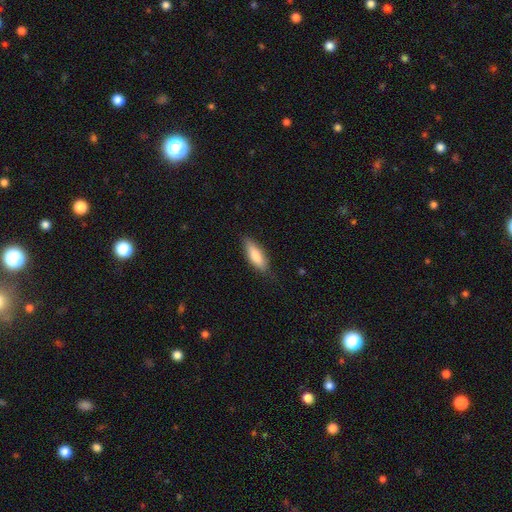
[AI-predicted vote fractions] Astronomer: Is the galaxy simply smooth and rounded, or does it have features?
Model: smooth — 79%.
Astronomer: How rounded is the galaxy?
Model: in between — 61% (runner-up: cigar-shaped, 37%).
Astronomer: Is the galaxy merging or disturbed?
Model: none — 80%.